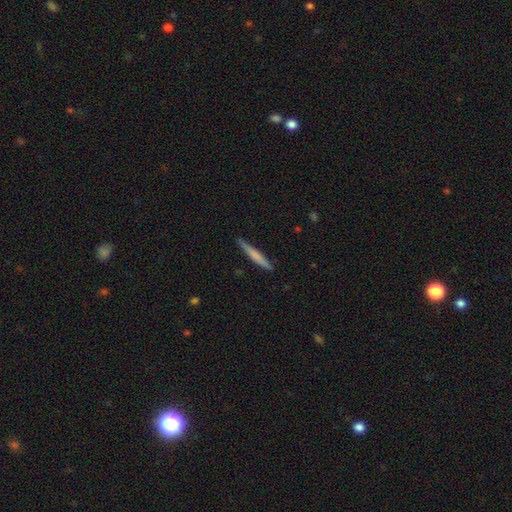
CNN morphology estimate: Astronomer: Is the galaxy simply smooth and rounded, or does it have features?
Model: smooth — 60%.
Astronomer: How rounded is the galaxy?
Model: cigar-shaped — 96%.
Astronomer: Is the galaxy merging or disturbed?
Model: none — 87%.